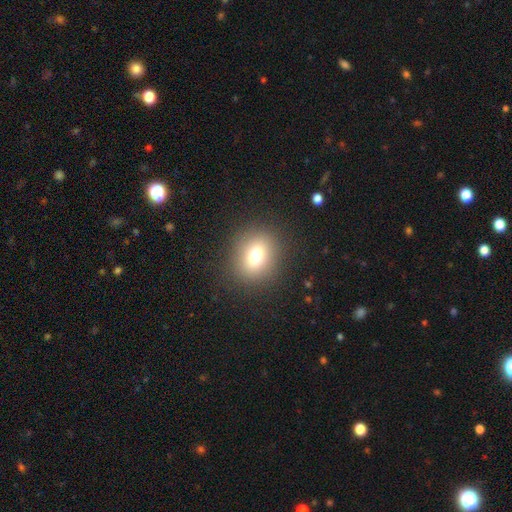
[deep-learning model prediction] Smooth or featured? Predicted: smooth (p=0.74). How rounded? Predicted: round (p=0.66). Merging? Predicted: none (p=0.88).